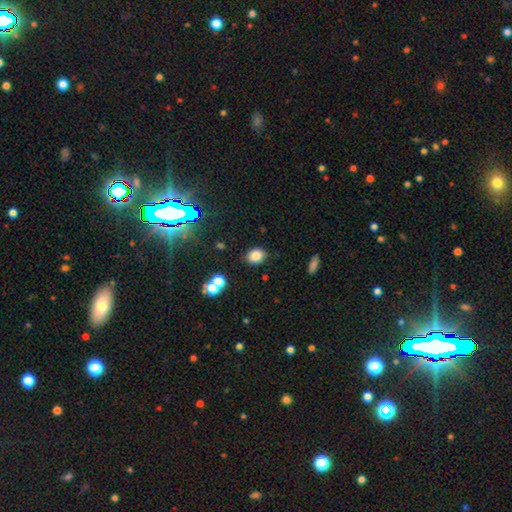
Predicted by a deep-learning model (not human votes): A smooth galaxy with no disk features (82%) that is in between round and cigar-shaped (55%).

Vote fractions:
- Smooth or featured? smooth: 82% / star or artifact: 13% / featured or disk: 6%
- How rounded? in between: 55% / round: 44% / cigar-shaped: 1%
- Merging? none: 82% / minor disturbance: 11% / merger: 3% / major disturbance: 3%